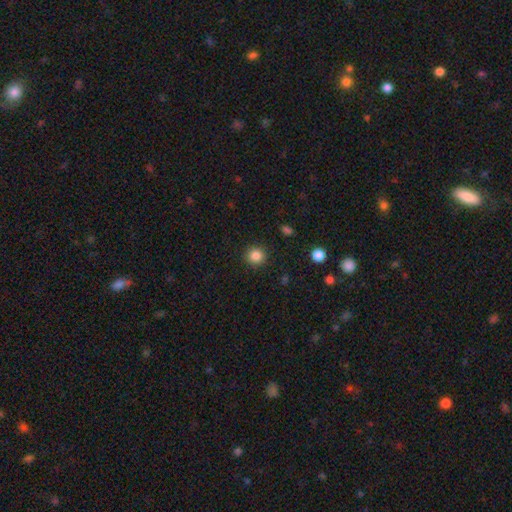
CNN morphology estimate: This is clearly a smooth galaxy (85%). How rounded: clearly round (92%). Merging: clearly none (91%).